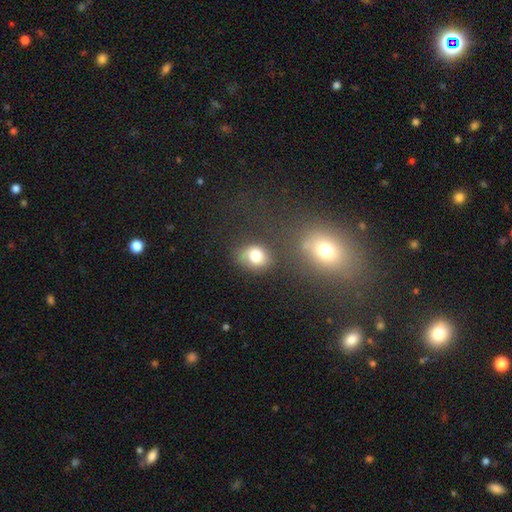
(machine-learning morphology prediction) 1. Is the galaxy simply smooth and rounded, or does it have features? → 78% smooth, 11% featured or disk, 11% star or artifact.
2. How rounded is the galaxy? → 53% in between, 46% round, 1% cigar-shaped.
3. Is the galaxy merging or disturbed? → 62% none, 20% minor disturbance, 10% merger, 8% major disturbance.